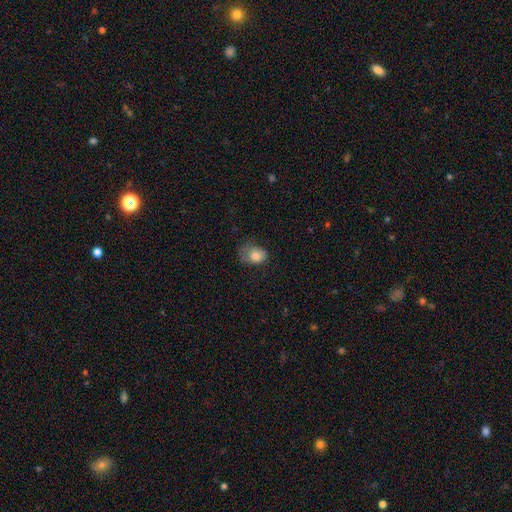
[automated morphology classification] A smooth galaxy with no disk features (80%) that is in between round and cigar-shaped (63%).

Vote fractions:
- Smooth or featured? smooth: 80% / featured or disk: 11% / star or artifact: 9%
- How rounded? in between: 63% / round: 36% / cigar-shaped: 1%
- Merging? minor disturbance: 37% / none: 35% / major disturbance: 26% / merger: 2%